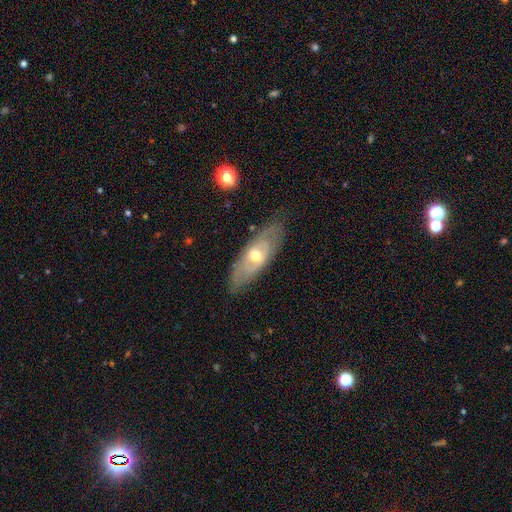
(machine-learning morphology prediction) This appears to be a featured or disk galaxy (62%). Merging: none (78%).